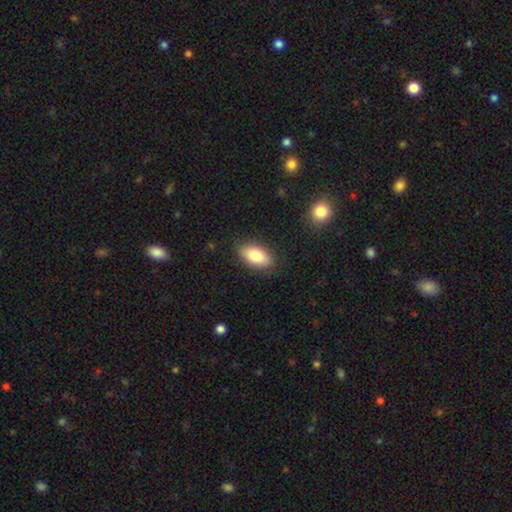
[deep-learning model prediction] Smooth or featured: smooth — 83% (featured or disk — 10%)
How rounded: in between — 91% (cigar-shaped — 5%)
Merging: none — 85% (minor disturbance — 11%)